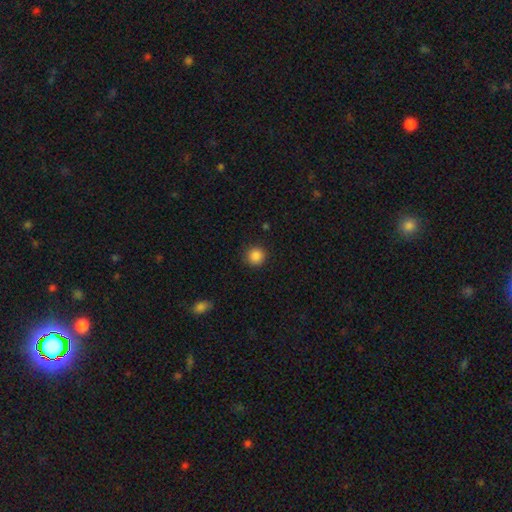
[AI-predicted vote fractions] smooth 87%, star or artifact 10%, featured or disk 3%. Down the decision tree: how rounded — round (94%); merging — none (90%).